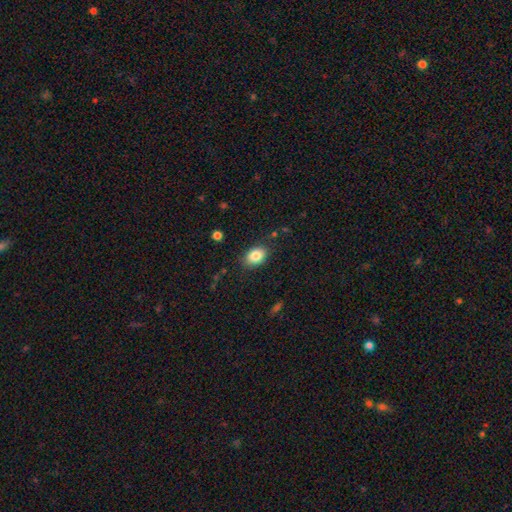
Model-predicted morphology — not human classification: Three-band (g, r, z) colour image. It shows a smooth galaxy with no disk features (84%) that is in between round and cigar-shaped (79%). Merging: none (83%).